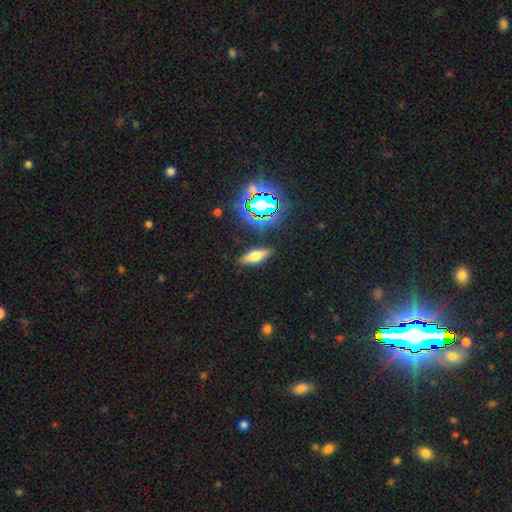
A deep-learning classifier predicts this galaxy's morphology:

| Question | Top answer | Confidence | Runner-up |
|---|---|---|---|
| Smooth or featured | smooth | 47% | featured or disk (37%) |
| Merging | none | 87% | minor disturbance (9%) |